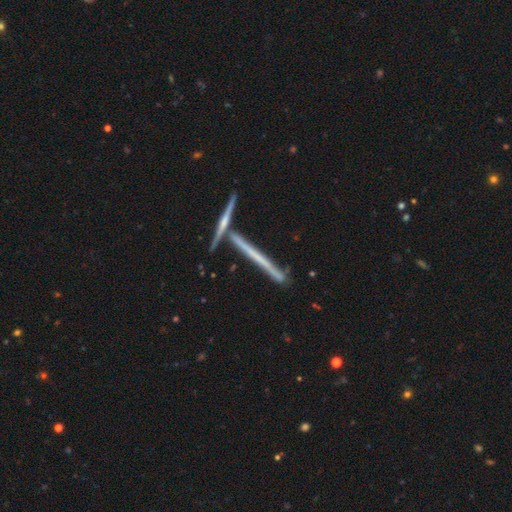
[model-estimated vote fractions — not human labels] smooth-or-featured: featured or disk: 64% | smooth: 26% | star or artifact: 10%
  disk-edge-on: yes: 96% | no: 4%
    edge-on-bulge: none: 78% | rounded: 16% | boxy: 6%
  merging: none: 69% | merger: 18% | minor disturbance: 10% | major disturbance: 4%